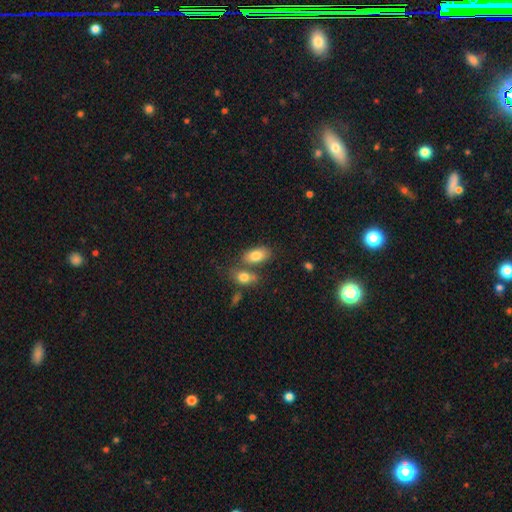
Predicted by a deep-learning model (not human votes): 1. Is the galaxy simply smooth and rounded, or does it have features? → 82% smooth, 10% featured or disk, 8% star or artifact.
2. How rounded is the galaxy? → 92% in between, 5% round, 3% cigar-shaped.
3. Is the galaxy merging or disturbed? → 53% none, 31% merger, 12% minor disturbance, 4% major disturbance.